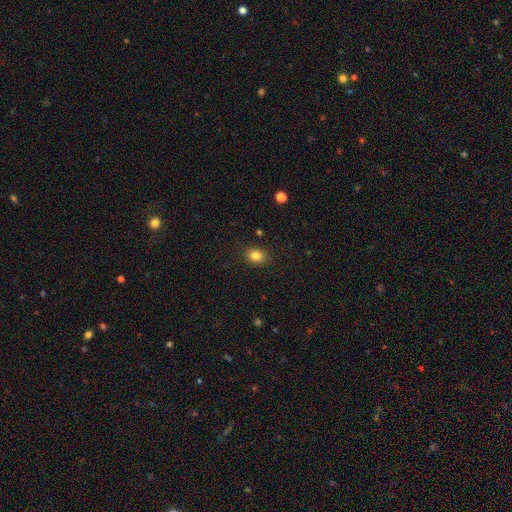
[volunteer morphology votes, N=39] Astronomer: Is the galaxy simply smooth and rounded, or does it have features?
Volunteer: smooth — 92%.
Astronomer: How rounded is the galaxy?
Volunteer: in between — 72%.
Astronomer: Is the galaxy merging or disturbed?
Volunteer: none — 81%.